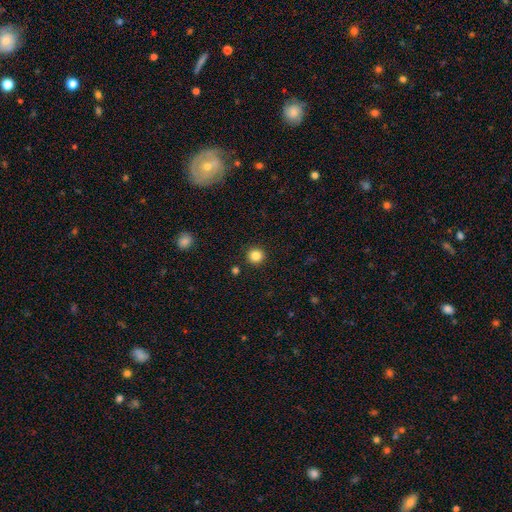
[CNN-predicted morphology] type=smooth (84%); roundness=round (95%); merging=none (92%).